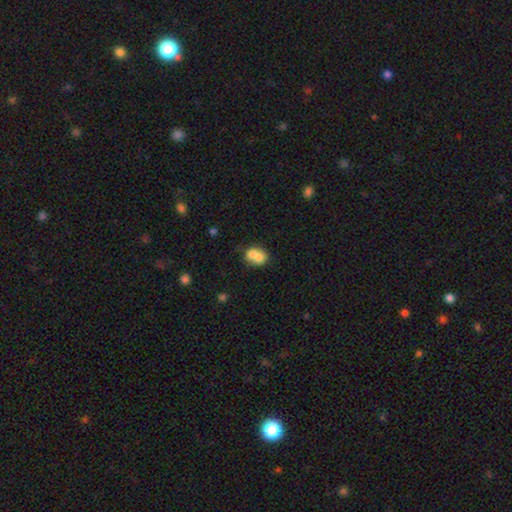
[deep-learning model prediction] Smooth or featured: smooth — 69% (featured or disk — 21%)
How rounded: in between — 49% (tied with round — 49%)
Merging: merger — 64% (none — 25%)